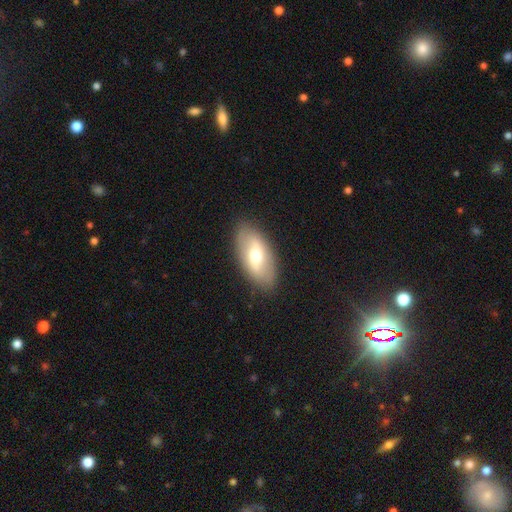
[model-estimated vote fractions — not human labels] Smooth or featured?
  - featured or disk: 48% *
  - smooth: 46%
  - star or artifact: 6%
Merging?
  - none: 86% *
  - minor disturbance: 10%
  - major disturbance: 3%
  - merger: 1%